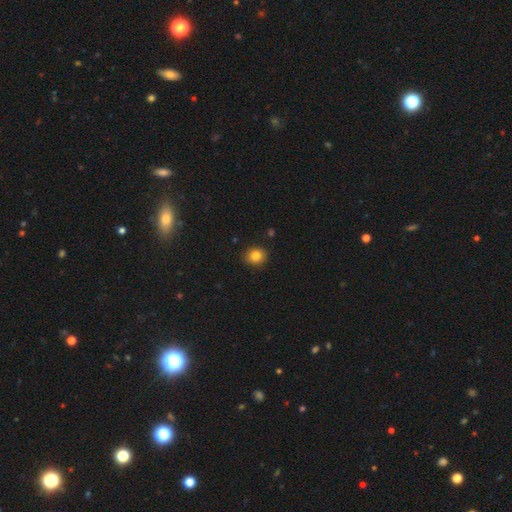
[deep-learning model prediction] The model was most divided on "how rounded": round: 76%, in between: 24%, cigar-shaped: 1%. More confident: merging — none (89%); smooth or featured — smooth (83%).